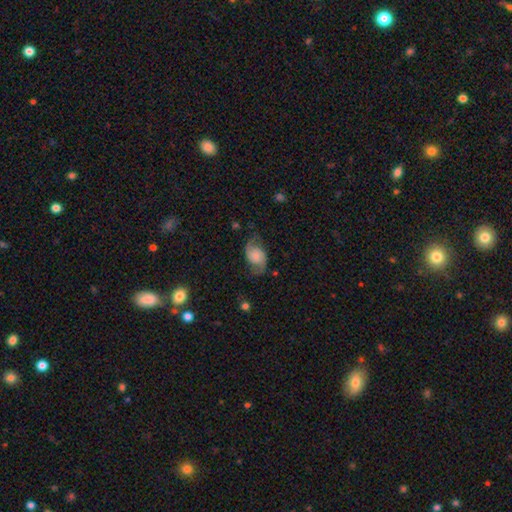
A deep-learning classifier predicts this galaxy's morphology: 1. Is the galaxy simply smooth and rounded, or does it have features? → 69% featured or disk, 23% smooth, 8% star or artifact.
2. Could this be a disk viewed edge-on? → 97% no, 3% yes.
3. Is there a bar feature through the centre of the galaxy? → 69% no, 26% weak, 6% strong.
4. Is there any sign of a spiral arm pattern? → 94% yes, 6% no.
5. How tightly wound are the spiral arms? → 47% loose, 40% medium, 13% tight.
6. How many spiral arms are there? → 92% 2, 3% can't tell, 2% 1, 1% 3, 1% 4, 1% more than 4.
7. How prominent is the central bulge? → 32% none, 27% small, 19% moderate, 15% large, 7% dominant.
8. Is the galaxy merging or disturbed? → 68% none, 20% minor disturbance, 11% major disturbance, 2% merger.